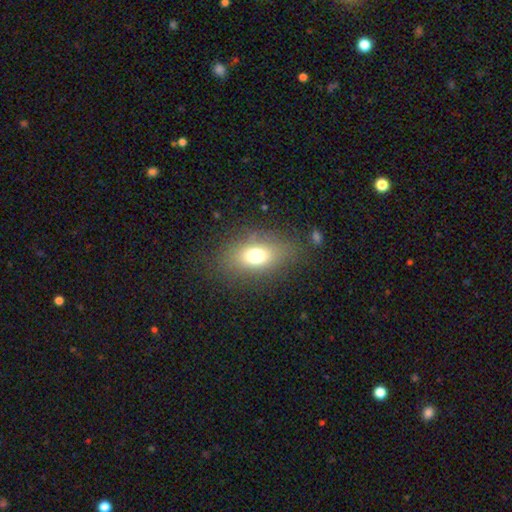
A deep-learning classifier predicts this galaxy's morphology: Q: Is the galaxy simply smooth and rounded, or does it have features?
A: smooth — 70%.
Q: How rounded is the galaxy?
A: in between — 78%.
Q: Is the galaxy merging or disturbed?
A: none — 79%.